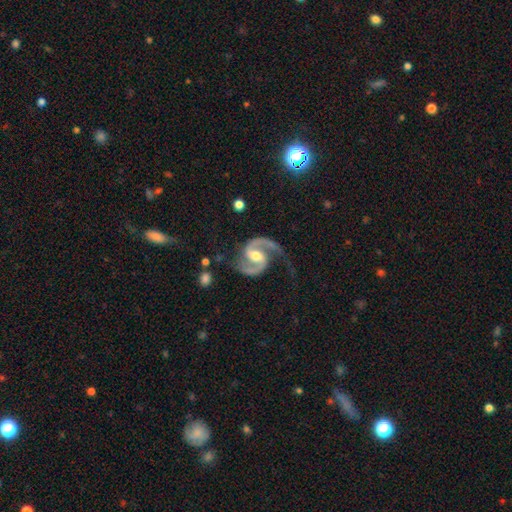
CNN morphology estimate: This is clearly a featured or disk galaxy (94%). It is clearly not viewed edge-on (98%). Bar: possibly weak (48%). Spiral arm pattern: clearly yes (99%). Spiral arm count: clearly 2 (94%). Spiral winding: likely medium (65%). Central bulge: likely moderate (69%). Merging: likely none (70%).